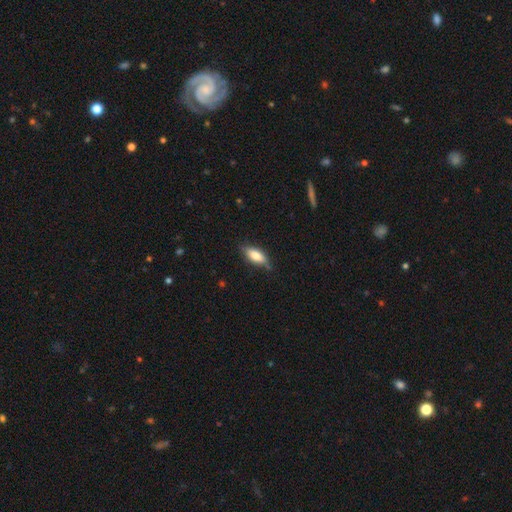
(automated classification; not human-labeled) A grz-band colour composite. It shows a smooth galaxy with no disk features (73%) that is in between round and cigar-shaped (77%). Merging: none (74%).